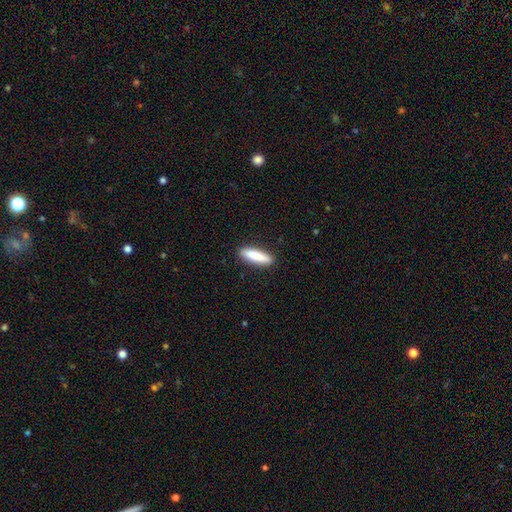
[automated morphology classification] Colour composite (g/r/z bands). It shows a smooth galaxy with no disk features (84%) that is cigar-shaped (72%). Merging: none (89%).